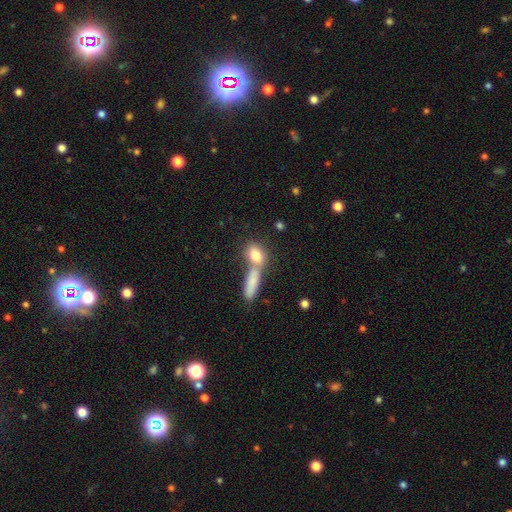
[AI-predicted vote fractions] Morphology: type=smooth (80%); roundness=in between (60%); merging=none (43%, tied with merger).